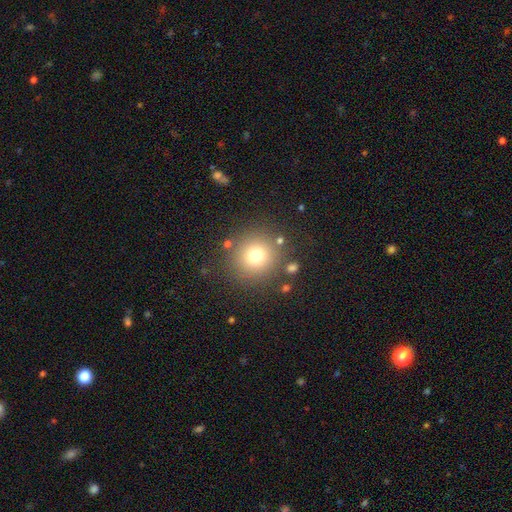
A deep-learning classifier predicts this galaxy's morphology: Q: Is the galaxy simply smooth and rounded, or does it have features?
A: smooth — 74%.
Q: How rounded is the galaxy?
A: round — 93%.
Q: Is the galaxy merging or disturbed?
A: none — 84%.